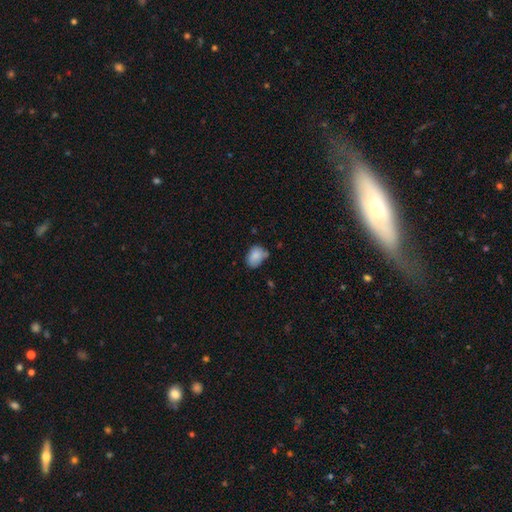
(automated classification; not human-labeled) smooth_or_featured: smooth (p=0.83) [alt: featured or disk p=0.09]
how_rounded: in between (p=0.72) [alt: round p=0.27]
merging: none (p=0.51) [alt: minor disturbance p=0.33]